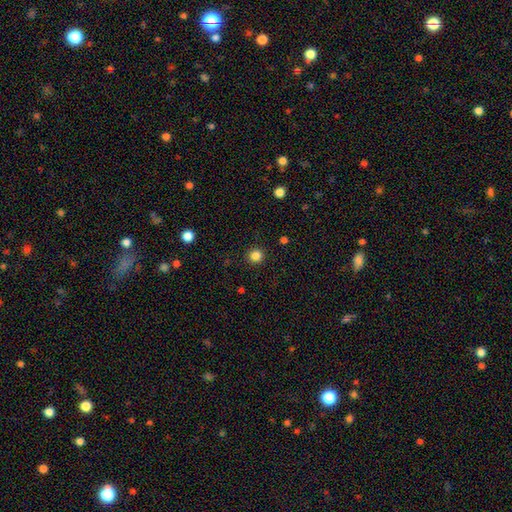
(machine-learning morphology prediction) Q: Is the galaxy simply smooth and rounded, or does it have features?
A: smooth — 84%.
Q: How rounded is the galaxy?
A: round — 93%.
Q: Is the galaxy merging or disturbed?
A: none — 92%.